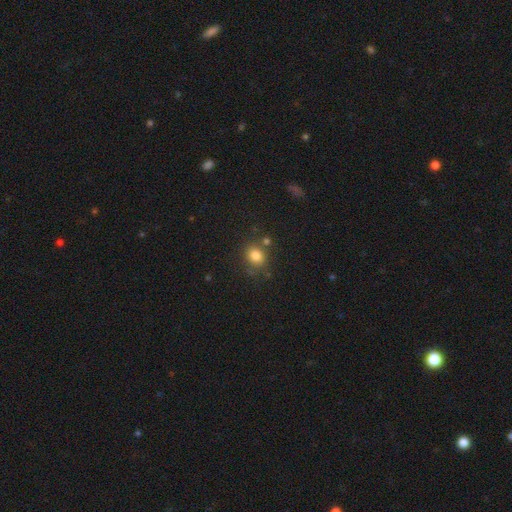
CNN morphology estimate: smooth-or-featured: smooth: 81% | star or artifact: 12% | featured or disk: 7%
  how-rounded: round: 70% | in between: 30% | cigar-shaped: 1%
  merging: none: 71% | minor disturbance: 14% | merger: 10% | major disturbance: 5%